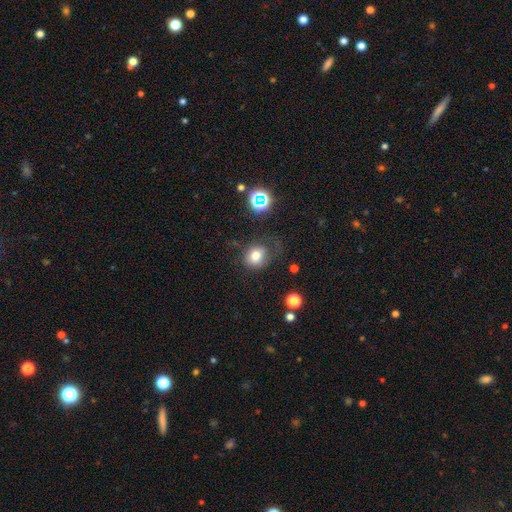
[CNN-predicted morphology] A smooth galaxy with no disk features (75%) that is round (64%).

Vote fractions:
- Smooth or featured? smooth: 75% / star or artifact: 14% / featured or disk: 11%
- How rounded? round: 64% / in between: 35% / cigar-shaped: 1%
- Merging? none: 63% / minor disturbance: 21% / major disturbance: 13% / merger: 3%